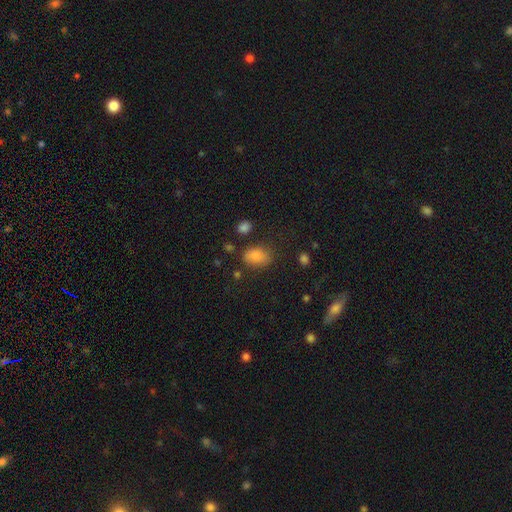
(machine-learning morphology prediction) Smooth or featured? Predicted: smooth (p=0.82). How rounded? Predicted: in between (p=0.80). Merging? Predicted: none (p=0.74).